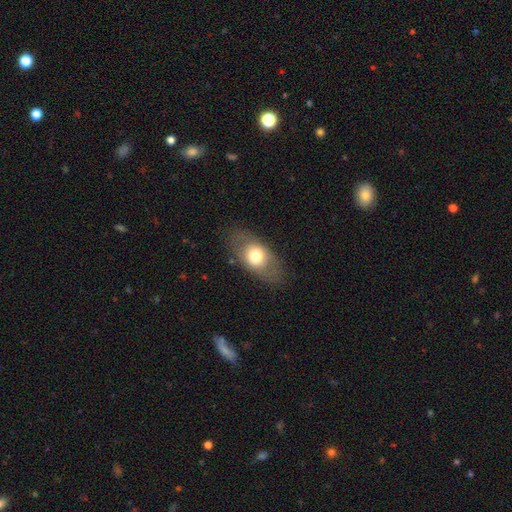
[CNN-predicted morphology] Smooth or featured? smooth (63%)
How rounded? in between (84%)
Merging? none (80%)